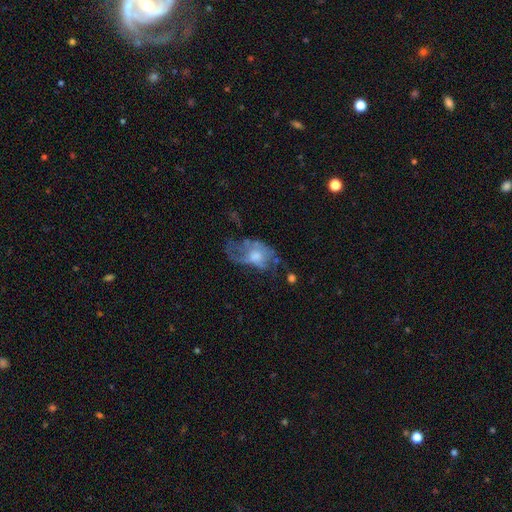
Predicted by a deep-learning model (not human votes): Smooth or featured: featured or disk — 53% (smooth — 38%)
Edge-on disk: no — 95% (yes — 5%)
Bar: no — 82% (weak — 16%)
Spiral arms: no — 62% (yes — 38%)
Bulge size: moderate — 46% (large — 21%)
Merging: major disturbance — 48% (none — 23%)